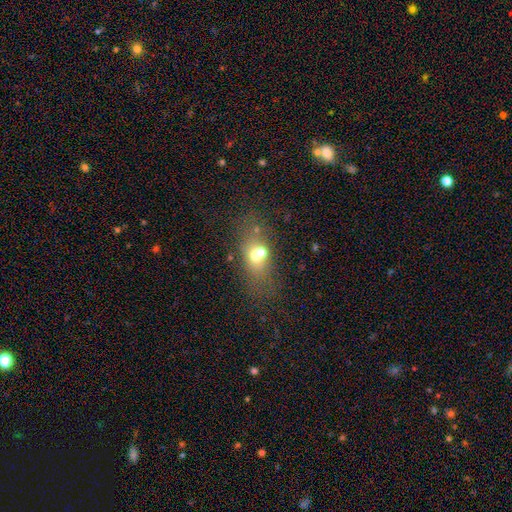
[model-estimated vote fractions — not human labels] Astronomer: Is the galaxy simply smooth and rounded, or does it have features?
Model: smooth — 55%.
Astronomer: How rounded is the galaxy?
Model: in between — 61%.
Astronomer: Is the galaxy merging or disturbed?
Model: merger — 43% (runner-up: none, 41%).